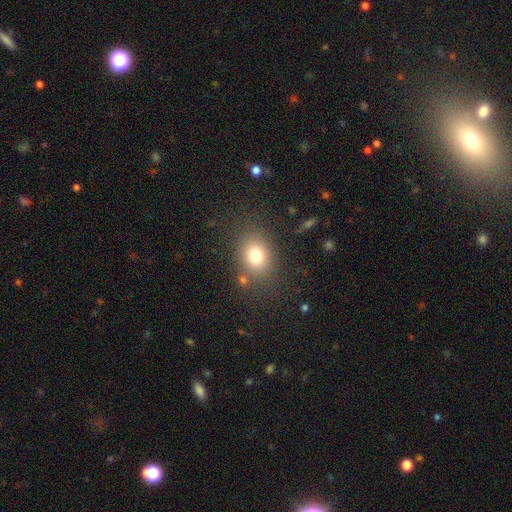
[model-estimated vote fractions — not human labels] The model was most divided on "how rounded": in between: 52%, round: 47%, cigar-shaped: 1%. More confident: merging — none (80%); smooth or featured — smooth (77%).